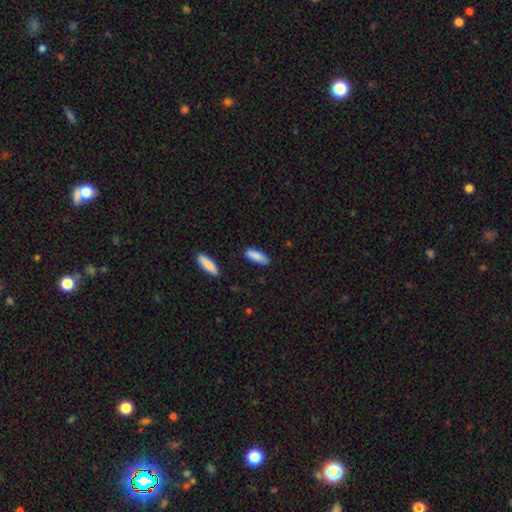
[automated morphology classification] This appears to be a smooth galaxy with no disk features (87%) that is in between round and cigar-shaped (54%). Merging: none (85%).